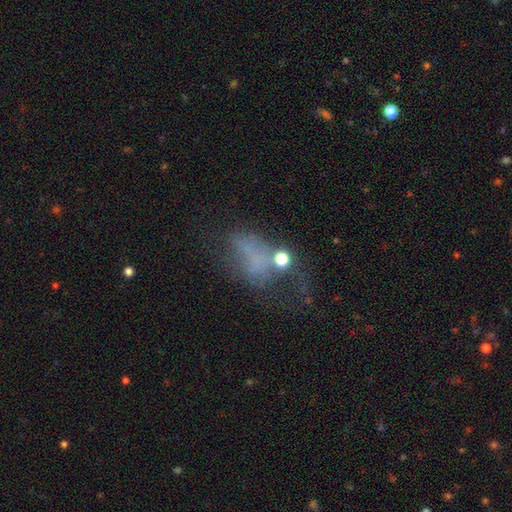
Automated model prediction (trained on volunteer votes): A smooth galaxy with no disk features (41%). Merging: major disturbance (43%).